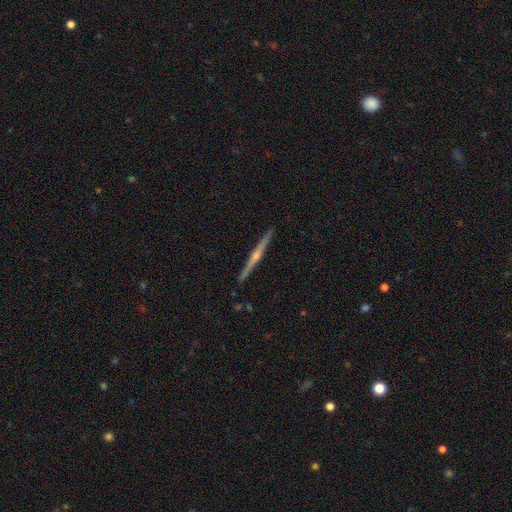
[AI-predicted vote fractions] Smooth or featured: featured or disk — 76% (smooth — 16%)
Edge-on disk: yes — 98% (no — 2%)
Edge-on bulge: rounded — 80% (none — 14%)
Merging: none — 90% (minor disturbance — 7%)